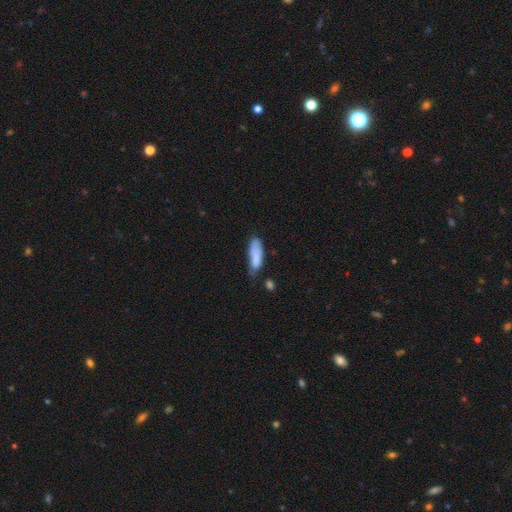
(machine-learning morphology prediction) This is clearly a smooth galaxy (82%). How rounded: likely in between (62%). Merging: marginally none (40%, tied with minor disturbance).